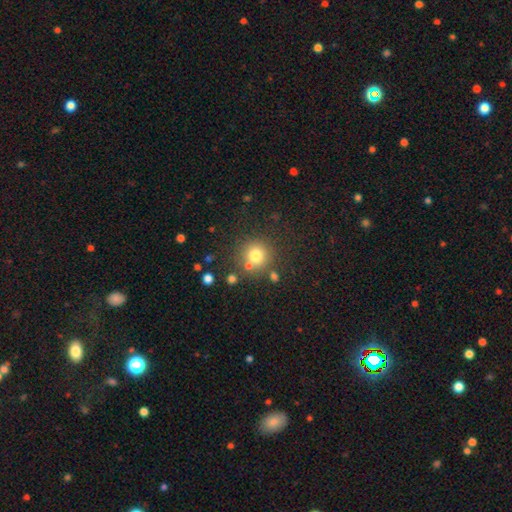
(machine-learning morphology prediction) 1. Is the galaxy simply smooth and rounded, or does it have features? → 76% smooth, 14% star or artifact, 10% featured or disk.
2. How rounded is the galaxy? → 92% round, 7% in between, 1% cigar-shaped.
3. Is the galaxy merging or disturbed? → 74% none, 12% merger, 10% minor disturbance, 4% major disturbance.